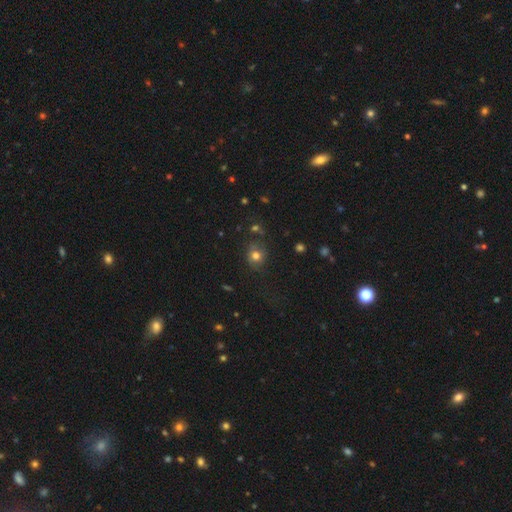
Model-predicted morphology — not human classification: Q: Smooth or featured?
A: smooth (76%); runner-up: star or artifact (15%)
Q: How rounded?
A: round (79%); runner-up: in between (20%)
Q: Merging?
A: none (72%); runner-up: minor disturbance (17%)